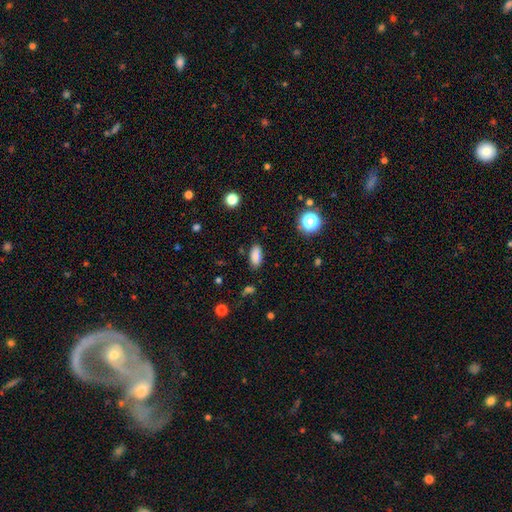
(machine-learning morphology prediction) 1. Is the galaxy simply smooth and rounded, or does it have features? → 83% smooth, 11% star or artifact, 6% featured or disk.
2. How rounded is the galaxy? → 90% in between, 6% cigar-shaped, 4% round.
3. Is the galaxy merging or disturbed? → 85% none, 11% minor disturbance, 3% major disturbance, 2% merger.